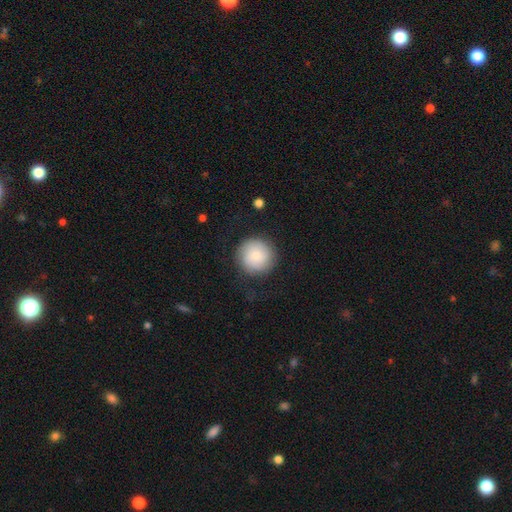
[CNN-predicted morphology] smooth_or_featured: smooth (p=0.72) [alt: featured or disk p=0.21]
how_rounded: round (p=0.95) [alt: in between p=0.04]
merging: none (p=0.80) [alt: minor disturbance p=0.13]